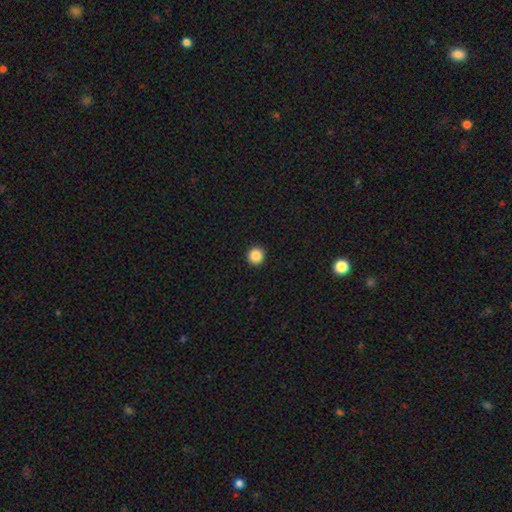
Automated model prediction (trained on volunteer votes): Q: Smooth or featured?
A: smooth (87%); runner-up: star or artifact (10%)
Q: How rounded?
A: round (95%); runner-up: in between (4%)
Q: Merging?
A: none (94%); runner-up: minor disturbance (4%)